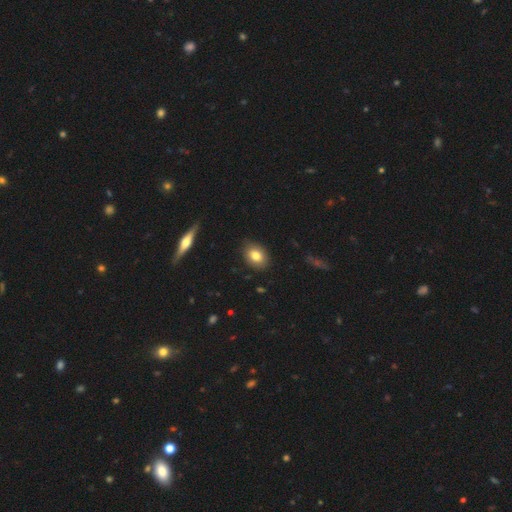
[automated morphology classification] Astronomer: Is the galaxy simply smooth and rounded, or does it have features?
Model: smooth — 80%.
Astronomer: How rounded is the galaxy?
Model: in between — 66%.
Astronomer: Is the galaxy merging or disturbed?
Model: none — 86%.